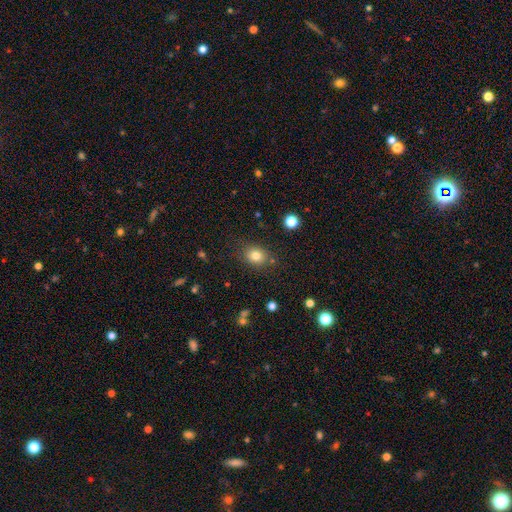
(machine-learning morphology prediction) A smooth galaxy with no disk features (80%) that is round (53%).

Vote fractions:
- Smooth or featured? smooth: 80% / star or artifact: 12% / featured or disk: 8%
- How rounded? round: 53% / in between: 46% / cigar-shaped: 1%
- Merging? none: 80% / minor disturbance: 13% / major disturbance: 4% / merger: 3%